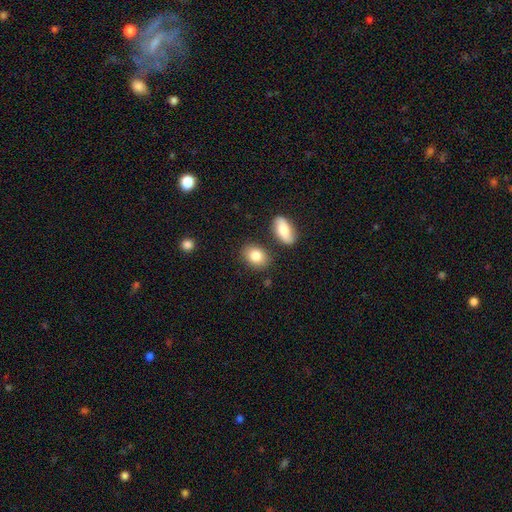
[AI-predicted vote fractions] Smooth or featured?
  - smooth: 84% *
  - featured or disk: 9%
  - star or artifact: 7%
How rounded?
  - in between: 73% *
  - round: 25%
  - cigar-shaped: 1%
Merging?
  - none: 78% *
  - minor disturbance: 11%
  - merger: 8%
  - major disturbance: 3%